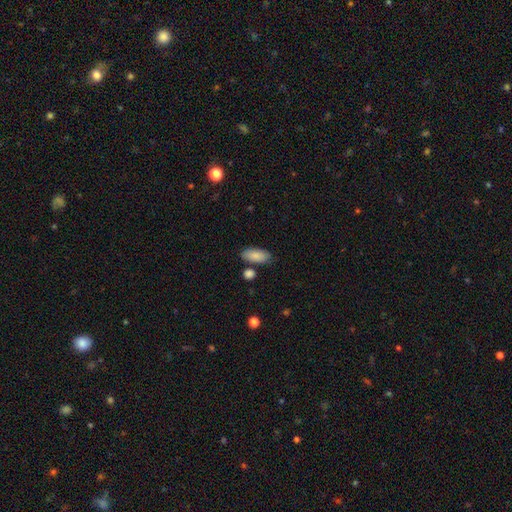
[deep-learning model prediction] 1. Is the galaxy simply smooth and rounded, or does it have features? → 87% smooth, 7% featured or disk, 6% star or artifact.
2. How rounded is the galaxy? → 89% in between, 9% cigar-shaped, 3% round.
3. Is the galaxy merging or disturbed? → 79% none, 12% minor disturbance, 7% merger, 3% major disturbance.